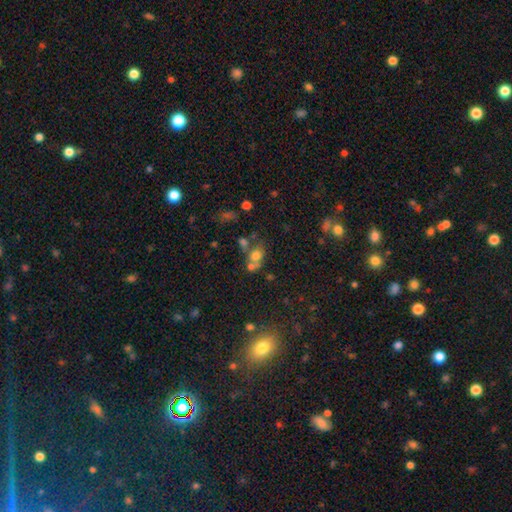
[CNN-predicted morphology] A smooth galaxy with no disk features (64%) that is round (58%).

Vote fractions:
- Smooth or featured? smooth: 64% / featured or disk: 19% / star or artifact: 17%
- How rounded? round: 58% / in between: 41% / cigar-shaped: 2%
- Merging? merger: 47% / none: 36% / minor disturbance: 11% / major disturbance: 7%